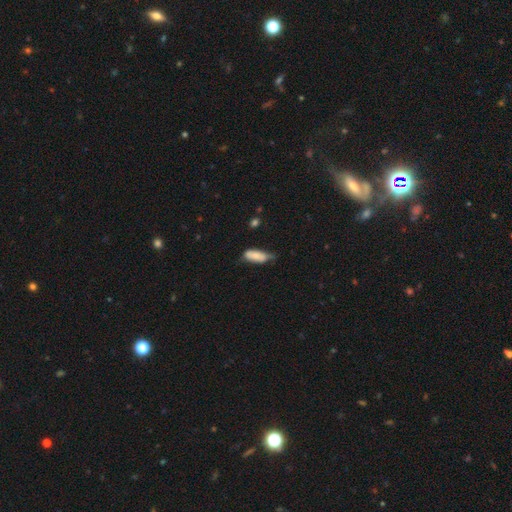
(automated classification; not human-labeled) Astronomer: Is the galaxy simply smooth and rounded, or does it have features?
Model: smooth — 79%.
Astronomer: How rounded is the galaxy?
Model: in between — 76%.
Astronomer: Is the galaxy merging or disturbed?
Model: minor disturbance — 44% (runner-up: none, 40%).